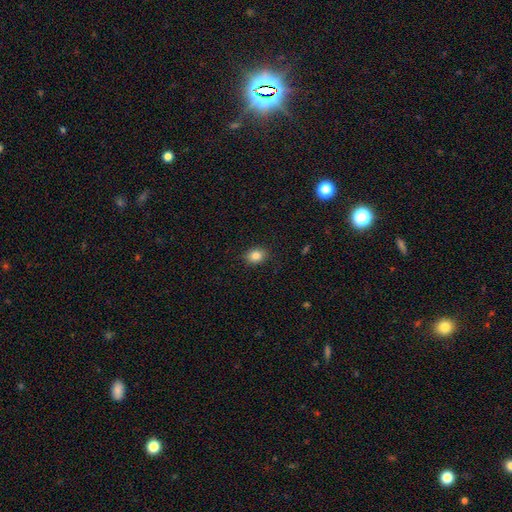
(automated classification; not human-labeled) Q: Smooth or featured?
A: smooth (84%); runner-up: star or artifact (10%)
Q: How rounded?
A: in between (53%); runner-up: round (46%)
Q: Merging?
A: none (89%); runner-up: minor disturbance (8%)